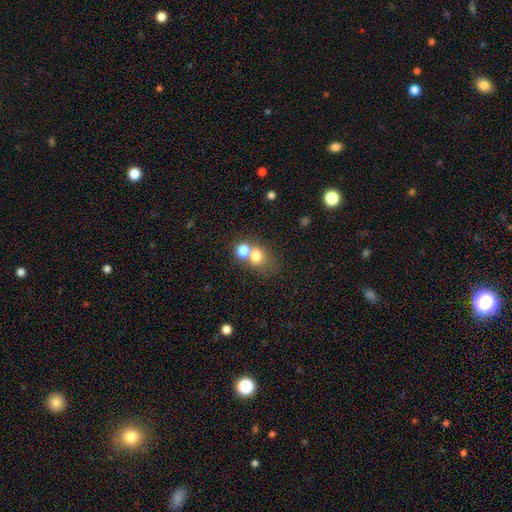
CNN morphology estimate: smooth 73%, star or artifact 15%, featured or disk 12%. Down the decision tree: how rounded — round (66%); merging — merger (45%).